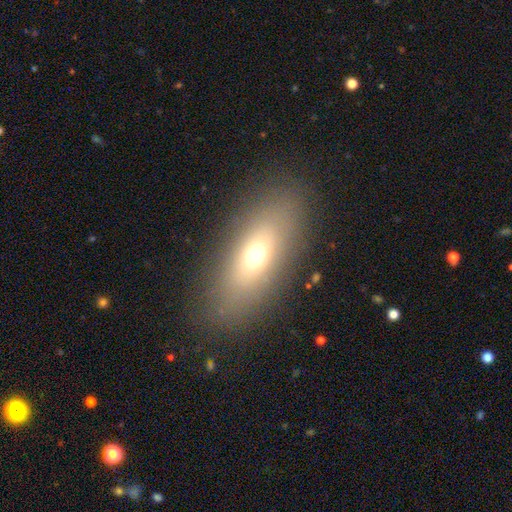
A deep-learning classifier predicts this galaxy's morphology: A smooth galaxy with no disk features (64%) that is in between round and cigar-shaped (74%).

Vote fractions:
- Smooth or featured? smooth: 64% / featured or disk: 25% / star or artifact: 12%
- How rounded? in between: 74% / cigar-shaped: 20% / round: 6%
- Merging? none: 85% / minor disturbance: 9% / major disturbance: 5% / merger: 1%